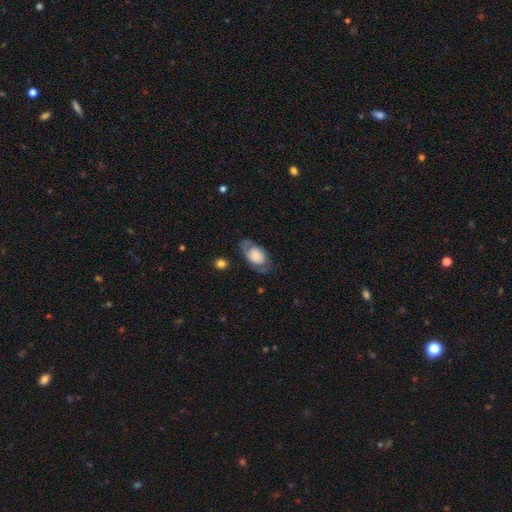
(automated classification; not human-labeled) Smooth or featured?
  - smooth: 60% *
  - featured or disk: 33%
  - star or artifact: 7%
How rounded?
  - in between: 89% *
  - round: 9%
  - cigar-shaped: 2%
Merging?
  - none: 64% *
  - minor disturbance: 22%
  - major disturbance: 12%
  - merger: 2%